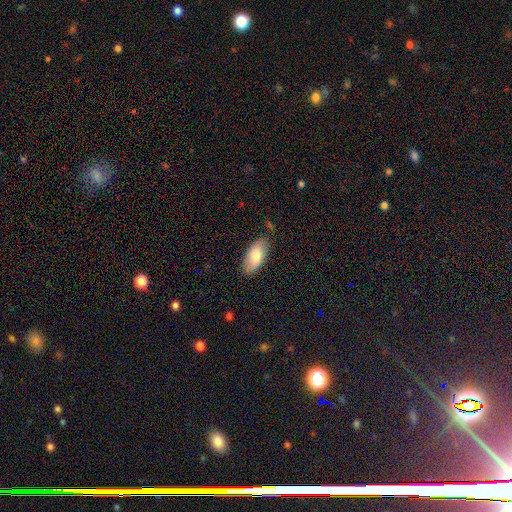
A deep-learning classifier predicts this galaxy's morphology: type=smooth (75%); roundness=in between (92%); merging=none (82%).